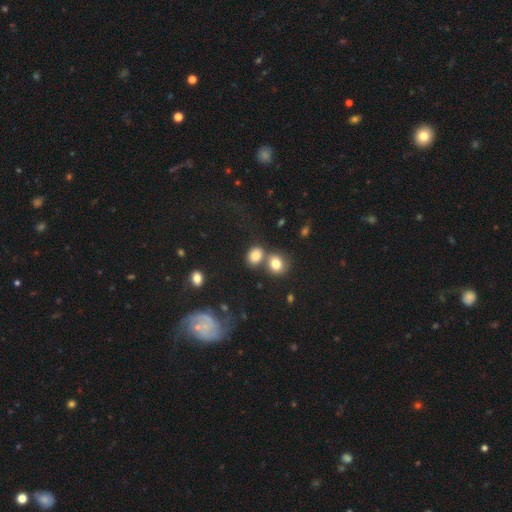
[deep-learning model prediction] Q: Smooth or featured?
A: smooth (80%); runner-up: star or artifact (11%)
Q: How rounded?
A: in between (50%); runner-up: round (48%)
Q: Merging?
A: none (47%); runner-up: merger (37%)